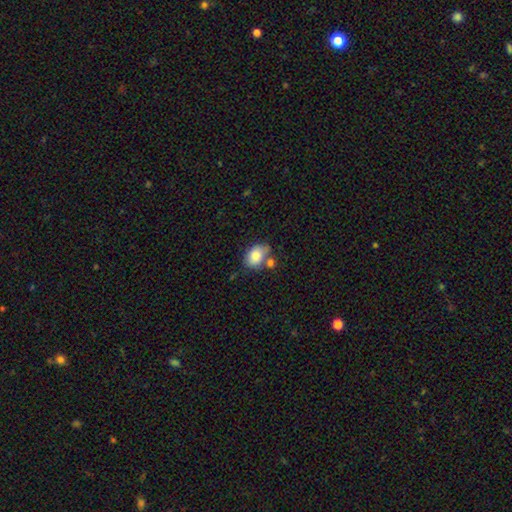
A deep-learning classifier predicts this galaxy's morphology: A smooth galaxy with no disk features (82%) that is in between round and cigar-shaped (78%). Merging: none (52%).